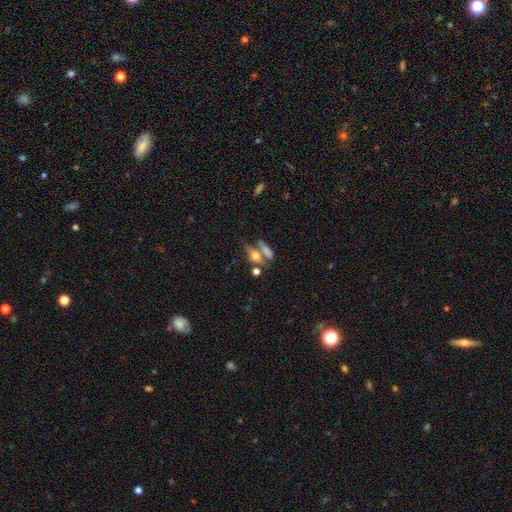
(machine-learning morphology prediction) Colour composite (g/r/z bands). It shows a smooth galaxy with no disk features (60%) that is in between round and cigar-shaped (55%). Merging: none (42%).